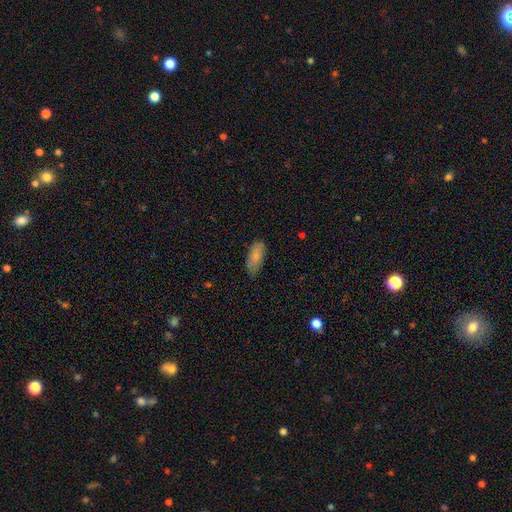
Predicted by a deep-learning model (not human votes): smooth 79%, featured or disk 14%, star or artifact 6%. Down the decision tree: how rounded — in between (84%); merging — none (71%).